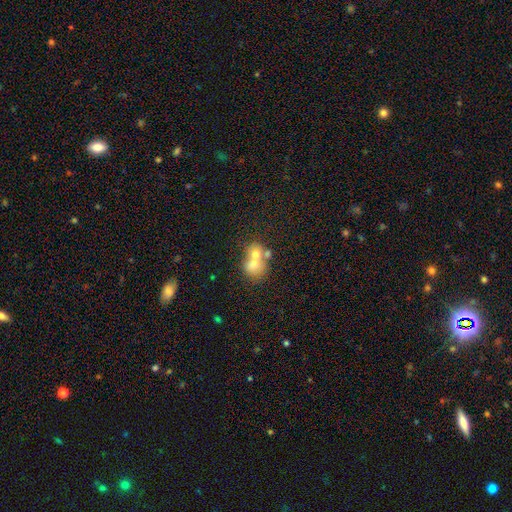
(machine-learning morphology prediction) Overall: smooth (66%). How rounded: round (55%; in between 44%). Merging: merger (64%).